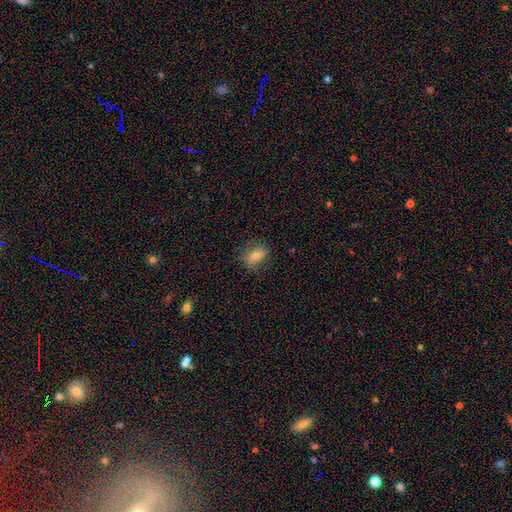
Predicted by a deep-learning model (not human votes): smooth 60%, featured or disk 28%, star or artifact 13%. Down the decision tree: how rounded — in between (75%); merging — none (76%).